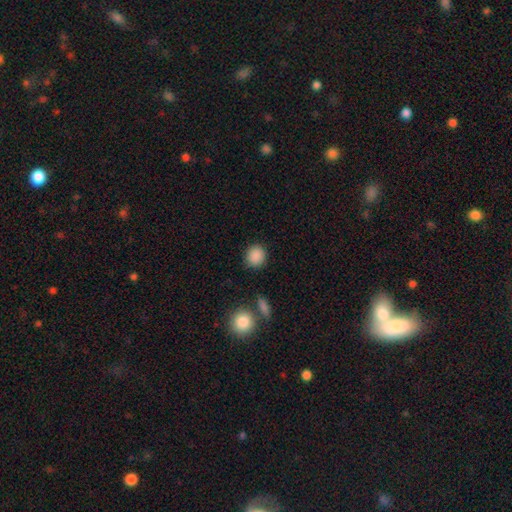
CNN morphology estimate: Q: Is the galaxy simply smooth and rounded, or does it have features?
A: smooth — 89%.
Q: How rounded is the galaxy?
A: round — 81%.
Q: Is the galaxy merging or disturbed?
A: none — 87%.